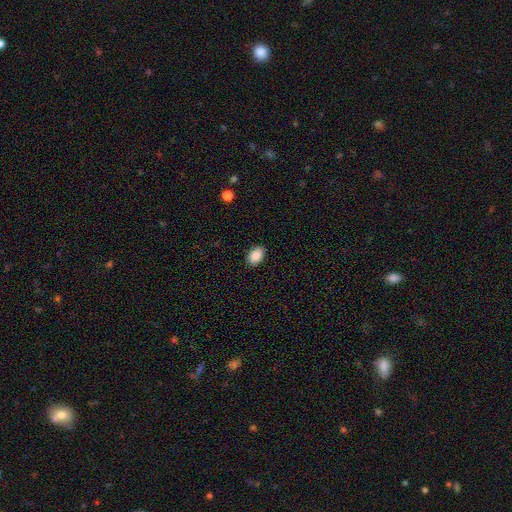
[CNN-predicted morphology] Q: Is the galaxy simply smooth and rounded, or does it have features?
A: smooth — 90%.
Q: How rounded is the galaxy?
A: in between — 88%.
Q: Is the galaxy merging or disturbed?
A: none — 88%.